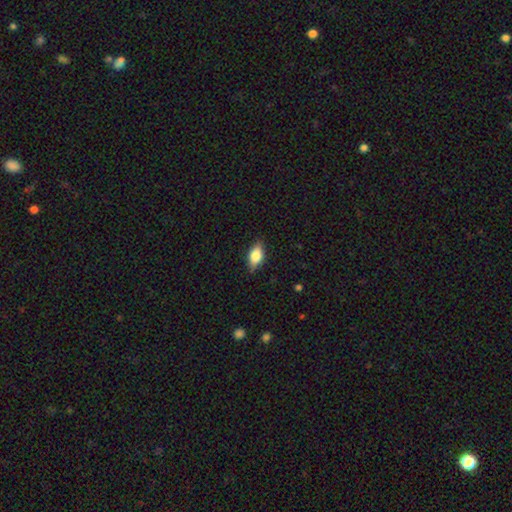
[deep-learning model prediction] Smooth or featured?
  - smooth: 71% *
  - featured or disk: 22%
  - star or artifact: 8%
How rounded?
  - in between: 84% *
  - cigar-shaped: 10%
  - round: 6%
Merging?
  - none: 84% *
  - minor disturbance: 12%
  - major disturbance: 2%
  - merger: 1%